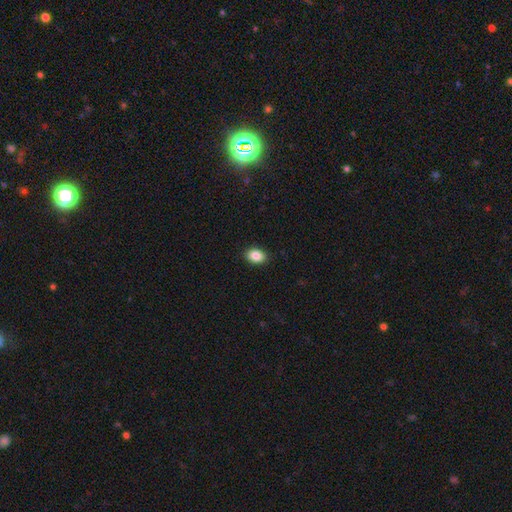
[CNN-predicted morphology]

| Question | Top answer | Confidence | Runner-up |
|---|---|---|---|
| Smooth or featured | smooth | 87% | star or artifact (8%) |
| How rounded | in between | 78% | round (21%) |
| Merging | none | 90% | minor disturbance (8%) |